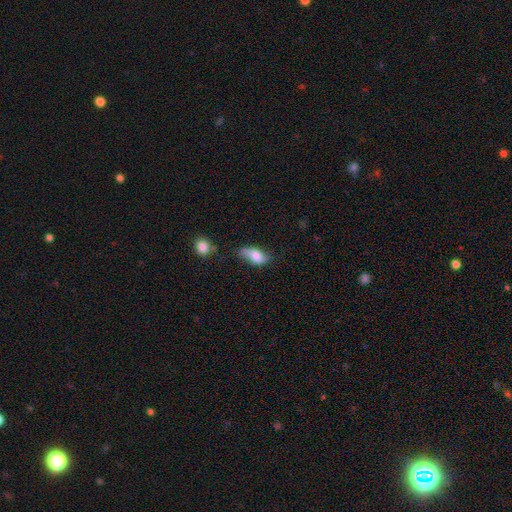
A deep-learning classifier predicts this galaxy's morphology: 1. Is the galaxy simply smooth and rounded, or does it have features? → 75% smooth, 17% featured or disk, 8% star or artifact.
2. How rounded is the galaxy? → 85% in between, 9% cigar-shaped, 6% round.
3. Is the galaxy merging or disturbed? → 38% minor disturbance, 36% none, 17% major disturbance, 9% merger.